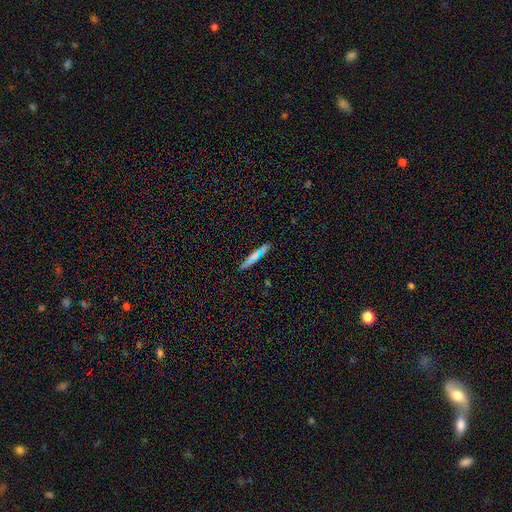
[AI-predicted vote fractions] Smooth or featured? smooth (63%)
How rounded? cigar-shaped (85%)
Merging? none (83%)